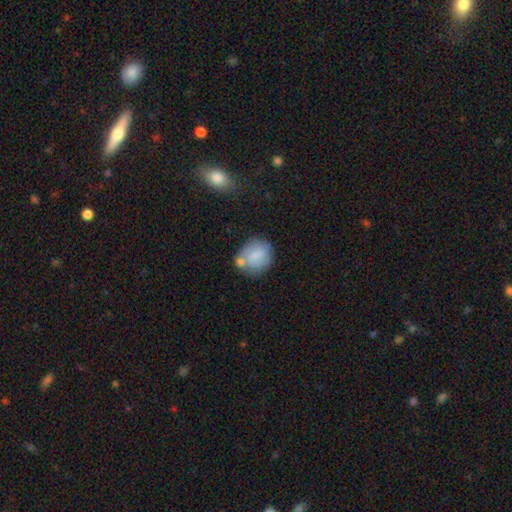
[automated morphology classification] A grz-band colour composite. It shows a smooth galaxy with no disk features (65%) that is round (66%). Merging: none (45%).